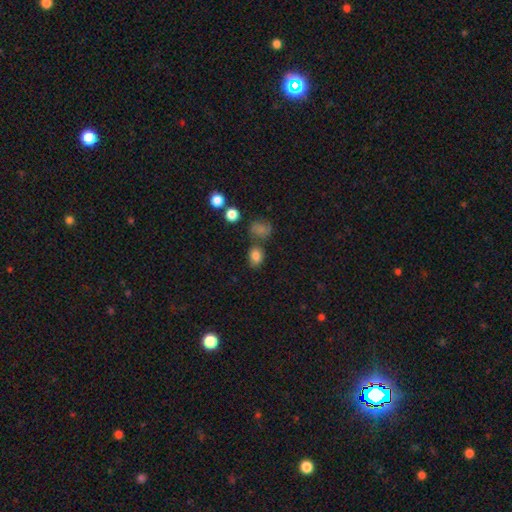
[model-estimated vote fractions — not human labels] This is likely a smooth galaxy (80%). How rounded: likely in between (68%). Merging: likely none (66%).